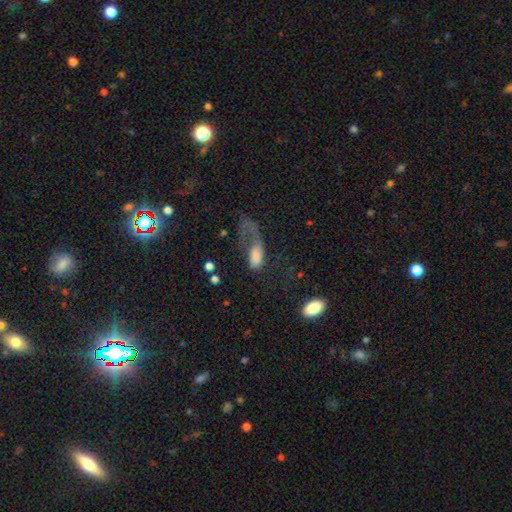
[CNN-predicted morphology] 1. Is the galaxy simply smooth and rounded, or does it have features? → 58% smooth, 33% featured or disk, 10% star or artifact.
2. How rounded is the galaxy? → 82% in between, 11% cigar-shaped, 7% round.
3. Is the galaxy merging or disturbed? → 68% major disturbance, 16% none, 11% minor disturbance, 5% merger.